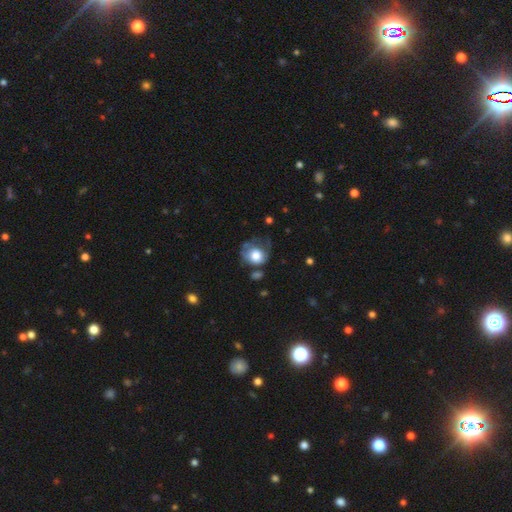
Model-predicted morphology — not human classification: Smooth or featured?
  - smooth: 67% *
  - featured or disk: 25%
  - star or artifact: 8%
How rounded?
  - round: 72% *
  - in between: 27%
  - cigar-shaped: 1%
Merging?
  - major disturbance: 32% * (tied)
  - none: 32% * (tied)
  - minor disturbance: 31%
  - merger: 5%